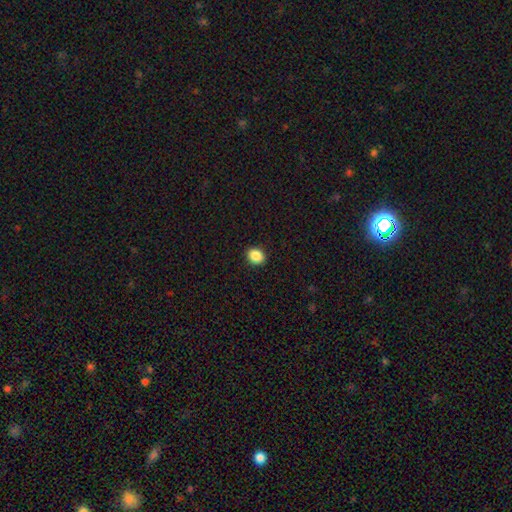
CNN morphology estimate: Q: Smooth or featured?
A: smooth (87%); runner-up: star or artifact (9%)
Q: How rounded?
A: round (63%); runner-up: in between (36%)
Q: Merging?
A: none (92%); runner-up: minor disturbance (6%)